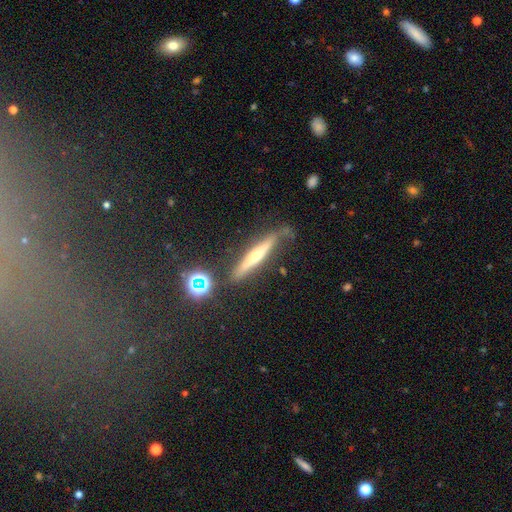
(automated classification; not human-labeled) Morphology: type=featured or disk (64%); edge-on=yes (93%); edge-on bulge=rounded (85%); merging=none (74%).